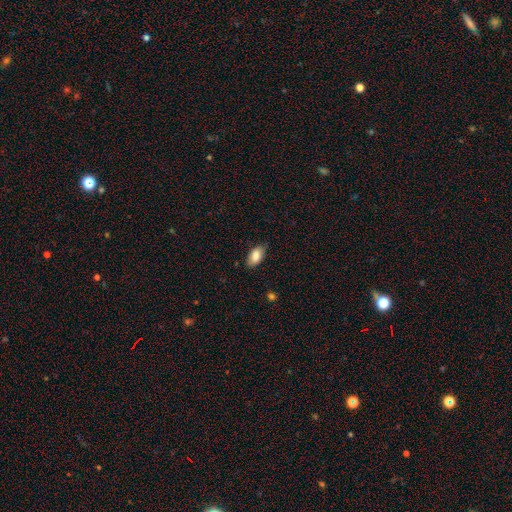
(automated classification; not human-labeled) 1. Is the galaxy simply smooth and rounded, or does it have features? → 83% smooth, 10% featured or disk, 7% star or artifact.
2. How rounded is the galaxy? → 93% in between, 4% cigar-shaped, 3% round.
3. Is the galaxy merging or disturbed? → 80% none, 17% minor disturbance, 3% major disturbance, 1% merger.